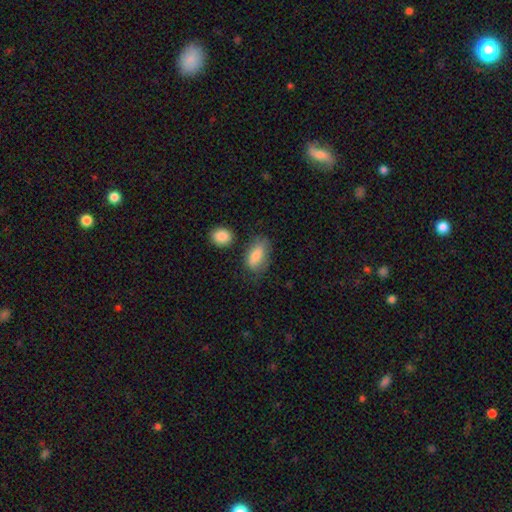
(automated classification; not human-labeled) Smooth or featured?
  - smooth: 83% *
  - featured or disk: 9%
  - star or artifact: 7%
How rounded?
  - in between: 88% *
  - cigar-shaped: 7%
  - round: 5%
Merging?
  - none: 63% *
  - minor disturbance: 24%
  - major disturbance: 8%
  - merger: 5%